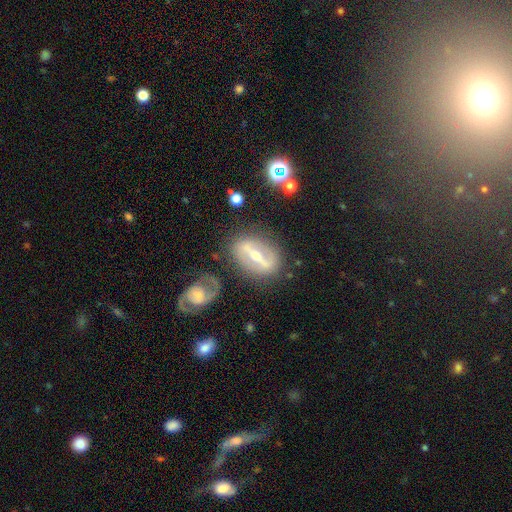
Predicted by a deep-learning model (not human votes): Overall: featured or disk (77%). Edge-on disk: no (81%). Bar: strong (80%). Spiral arms: no (53%; yes 47%). Bulge size: moderate (55%; small 40%). Merging: none (78%).